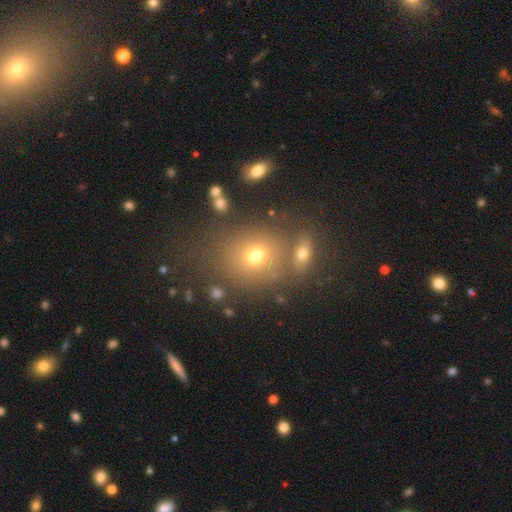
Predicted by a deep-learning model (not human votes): A smooth galaxy with no disk features (69%) that is round (71%).

Vote fractions:
- Smooth or featured? smooth: 69% / star or artifact: 18% / featured or disk: 13%
- How rounded? round: 71% / in between: 28% / cigar-shaped: 1%
- Merging? none: 65% / merger: 18% / minor disturbance: 11% / major disturbance: 5%